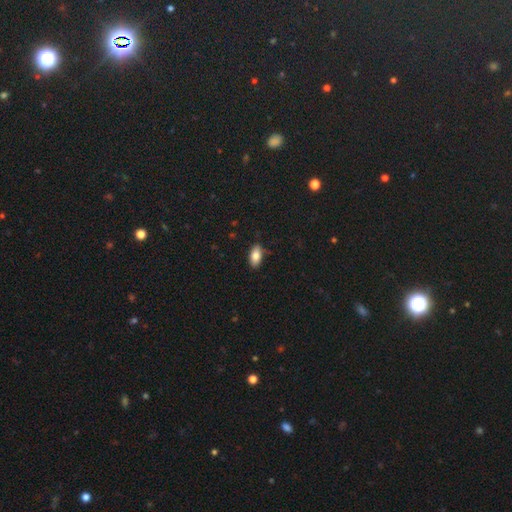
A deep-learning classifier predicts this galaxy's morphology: This appears to be a smooth galaxy with no disk features (82%) that is in between round and cigar-shaped (91%). Merging: none (83%).